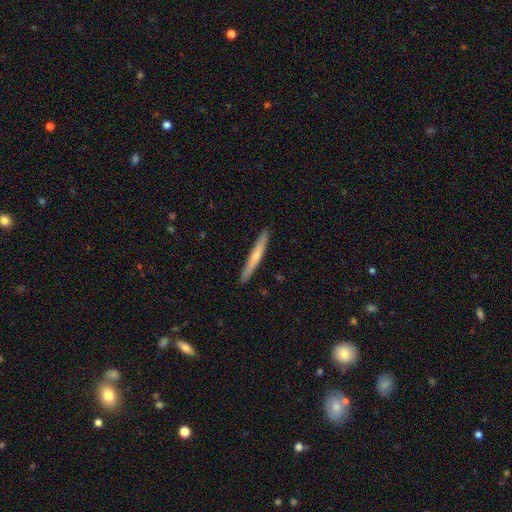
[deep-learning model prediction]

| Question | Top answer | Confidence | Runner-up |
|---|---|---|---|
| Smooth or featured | smooth | 56% | featured or disk (39%) |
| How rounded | cigar-shaped | 96% | in between (3%) |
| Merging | none | 91% | minor disturbance (7%) |